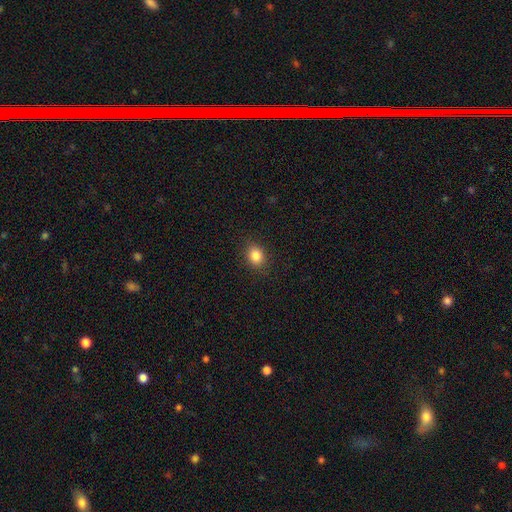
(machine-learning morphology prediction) This is clearly a smooth galaxy (85%). How rounded: possibly round (51%). Merging: clearly none (88%).